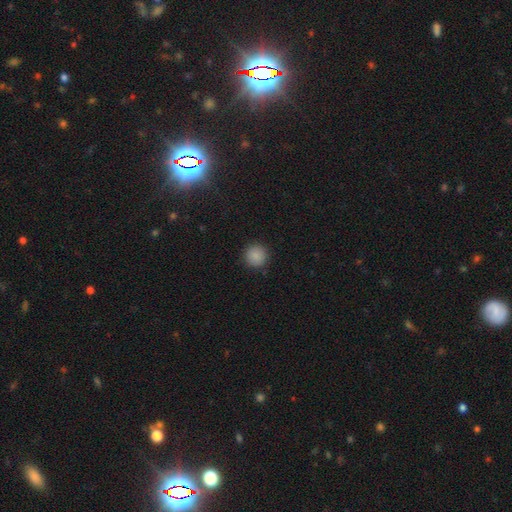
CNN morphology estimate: This appears to be a smooth galaxy with no disk features (87%) that is round (94%). Merging: none (91%).